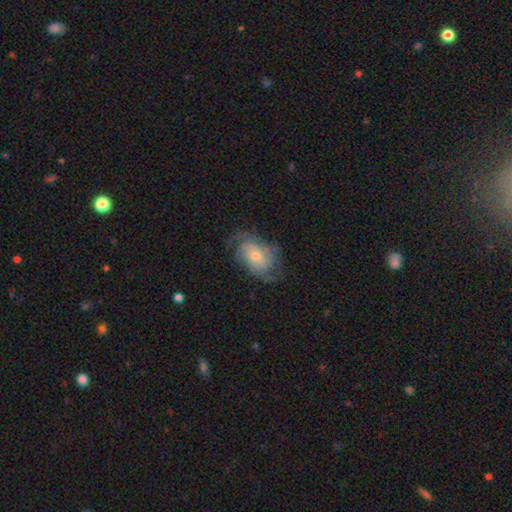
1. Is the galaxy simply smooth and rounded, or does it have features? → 85% featured or disk, 10% smooth, 5% star or artifact.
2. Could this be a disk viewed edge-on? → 97% no, 3% yes.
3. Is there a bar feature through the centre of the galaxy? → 61% no, 33% weak, 6% strong.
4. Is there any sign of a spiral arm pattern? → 91% yes, 9% no.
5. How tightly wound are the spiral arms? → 43% medium, 37% tight, 20% loose.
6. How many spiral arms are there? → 80% 2, 13% can't tell, 3% 3, 3% 4, 0% 1, 0% more than 4.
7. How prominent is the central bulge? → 67% moderate, 27% small, 6% large, 0% dominant, 0% none.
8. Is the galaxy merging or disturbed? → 74% none, 13% minor disturbance, 11% major disturbance, 3% merger.